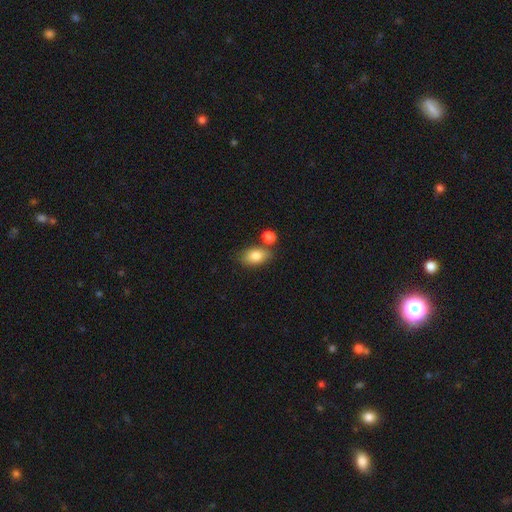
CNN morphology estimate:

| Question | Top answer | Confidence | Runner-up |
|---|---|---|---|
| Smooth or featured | smooth | 83% | featured or disk (9%) |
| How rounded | in between | 87% | round (11%) |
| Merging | none | 63% | merger (19%) |